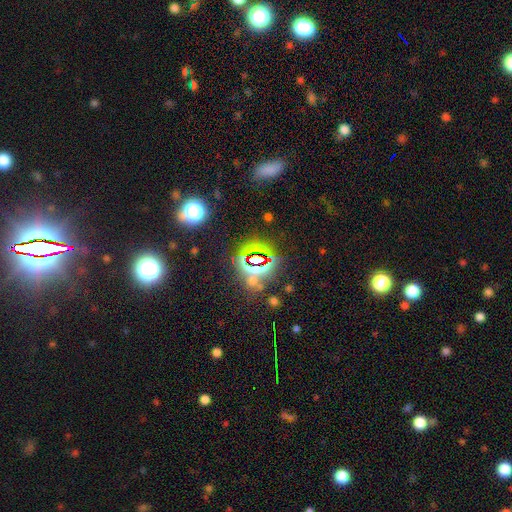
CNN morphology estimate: Smooth or featured? Predicted: star or artifact (p=0.78).